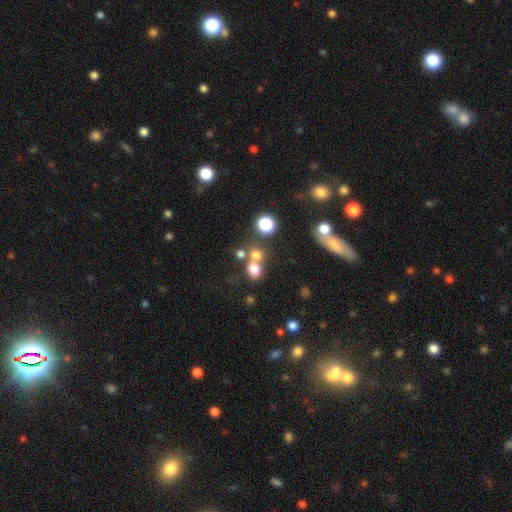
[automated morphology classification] The model was most divided on "merging": none: 44%, merger: 42%, minor disturbance: 8%, major disturbance: 5%. More confident: smooth or featured — smooth (70%); how rounded — round (68%).